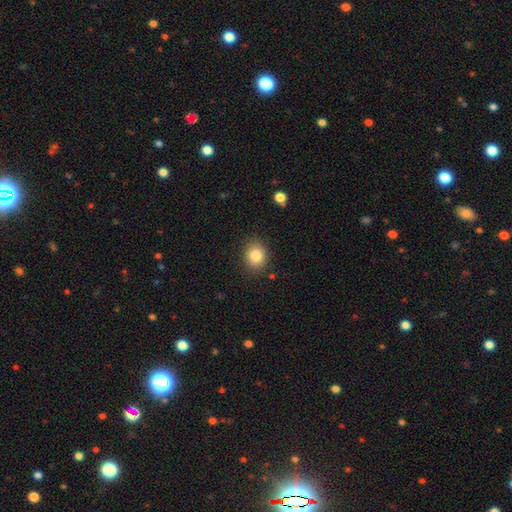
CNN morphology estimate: This appears to be a smooth galaxy with no disk features (84%) that is round (58%). Merging: none (86%).